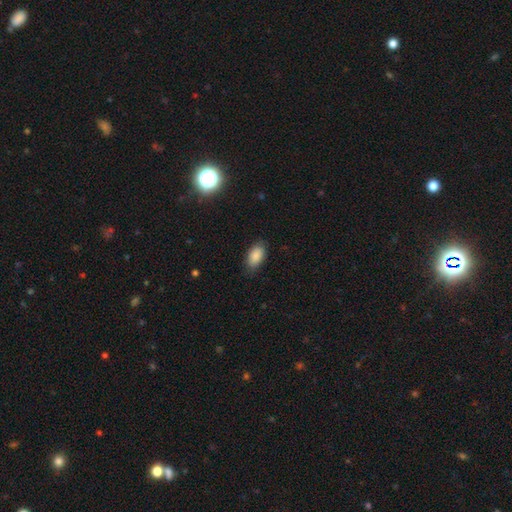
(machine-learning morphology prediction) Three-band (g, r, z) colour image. It shows a smooth galaxy with no disk features (88%) that is in between round and cigar-shaped (93%). Merging: none (81%).